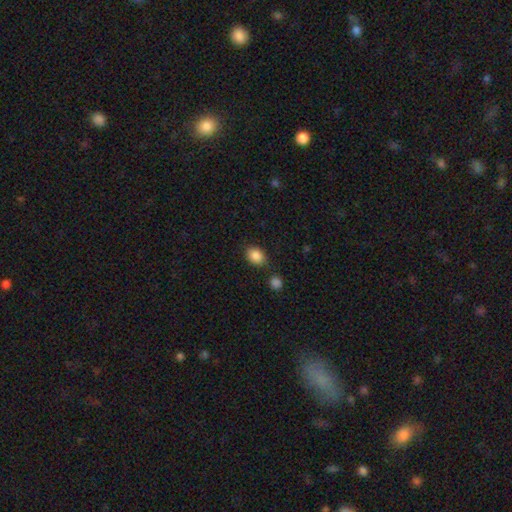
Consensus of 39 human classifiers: smooth_or_featured: smooth (p=0.92) [alt: star or artifact p=0.05]
how_rounded: in between (p=0.75) [alt: round p=0.25]
merging: none (p=0.84) [alt: minor disturbance p=0.11]